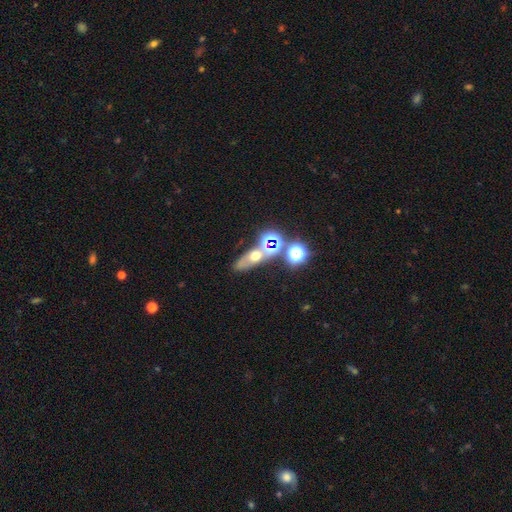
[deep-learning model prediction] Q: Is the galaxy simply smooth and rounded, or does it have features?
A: smooth — 43%.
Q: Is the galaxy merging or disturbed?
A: none — 56%.